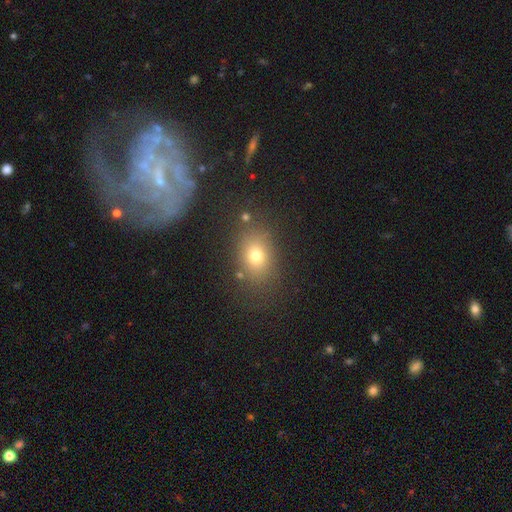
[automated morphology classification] smooth_or_featured: smooth (p=0.71) [alt: star or artifact p=0.15]
how_rounded: in between (p=0.65) [alt: round p=0.33]
merging: none (p=0.77) [alt: minor disturbance p=0.13]